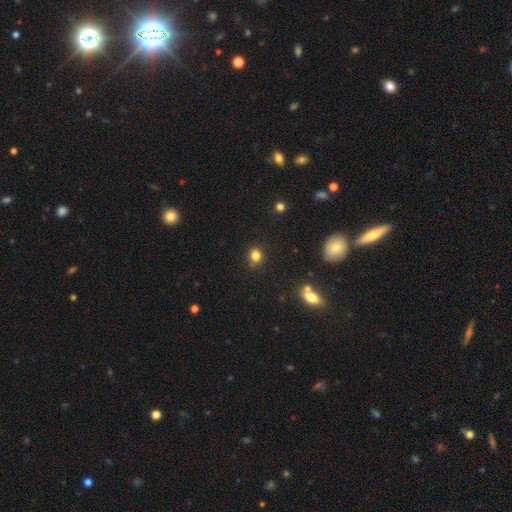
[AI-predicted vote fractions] This is clearly a smooth galaxy (82%). How rounded: likely round (72%). Merging: clearly none (83%).